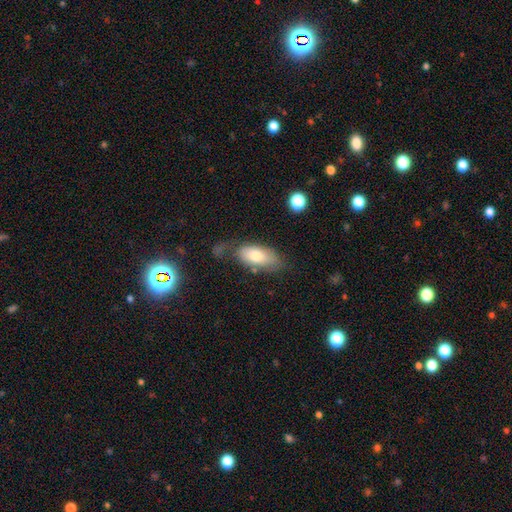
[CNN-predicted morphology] Smooth or featured?
  - smooth: 74% *
  - featured or disk: 18%
  - star or artifact: 8%
How rounded?
  - in between: 90% *
  - cigar-shaped: 7%
  - round: 3%
Merging?
  - none: 56% *
  - minor disturbance: 25%
  - major disturbance: 12%
  - merger: 7%